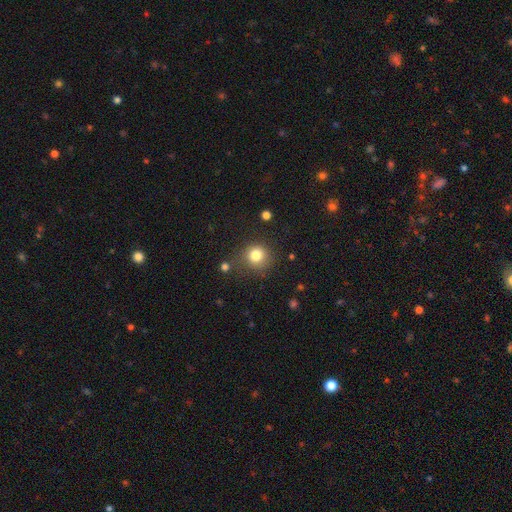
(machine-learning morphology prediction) This is clearly a smooth galaxy (81%). How rounded: clearly round (88%). Merging: likely none (74%).